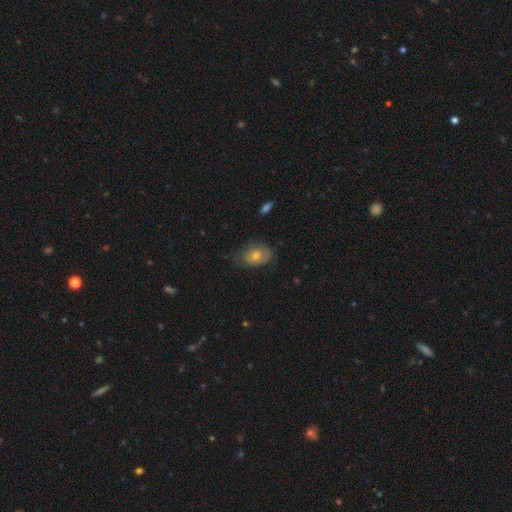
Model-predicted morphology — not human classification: The model was most divided on "smooth or featured": smooth: 55%, featured or disk: 33%, star or artifact: 12%. More confident: how rounded — in between (71%); merging — none (55%).